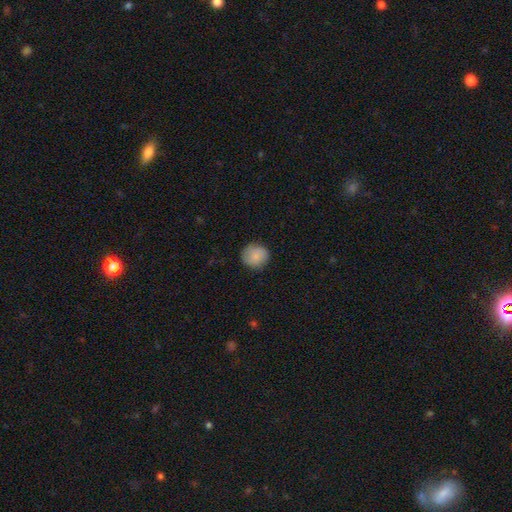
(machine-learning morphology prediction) smooth-or-featured: smooth: 85% | star or artifact: 8% | featured or disk: 7%
  how-rounded: round: 89% | in between: 10% | cigar-shaped: 1%
  merging: none: 85% | minor disturbance: 12% | major disturbance: 3% | merger: 1%